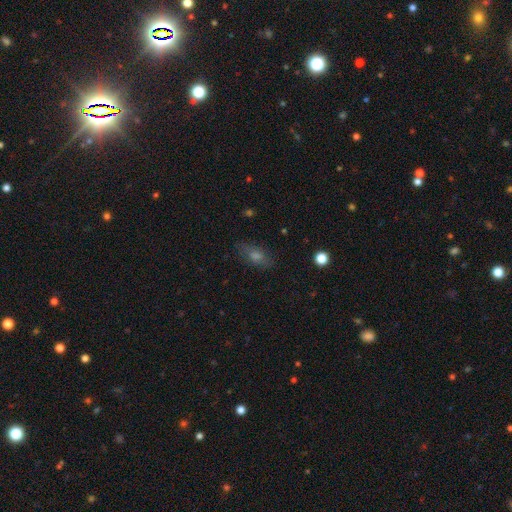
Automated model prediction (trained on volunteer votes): Overall: smooth (52%; featured or disk 27%). How rounded: in between (77%). Merging: none (79%).